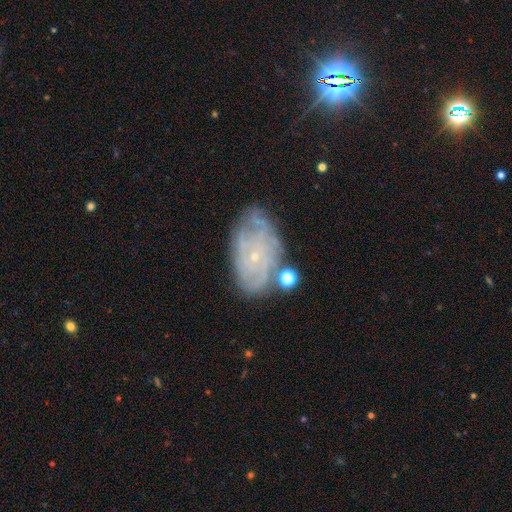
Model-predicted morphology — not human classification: Overall: featured or disk (74%). Edge-on disk: no (96%). Bar: no (84%). Spiral arms: yes (80%). Spiral arm count: can't tell (54%). Spiral winding: tight (68%). Bulge size: small (87%). Merging: none (62%; minor disturbance 22%).